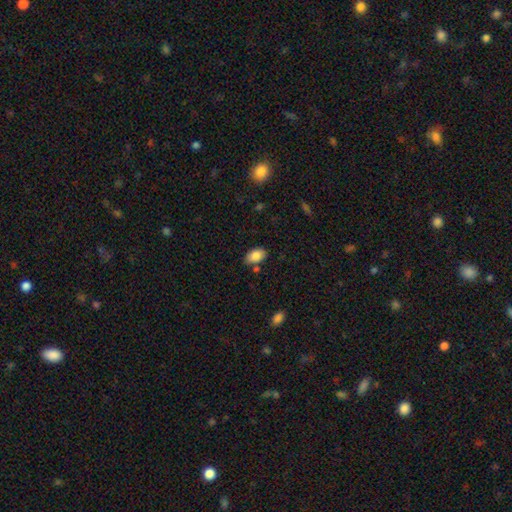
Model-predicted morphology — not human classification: smooth 85%, featured or disk 8%, star or artifact 7%. Down the decision tree: how rounded — in between (92%); merging — none (75%).